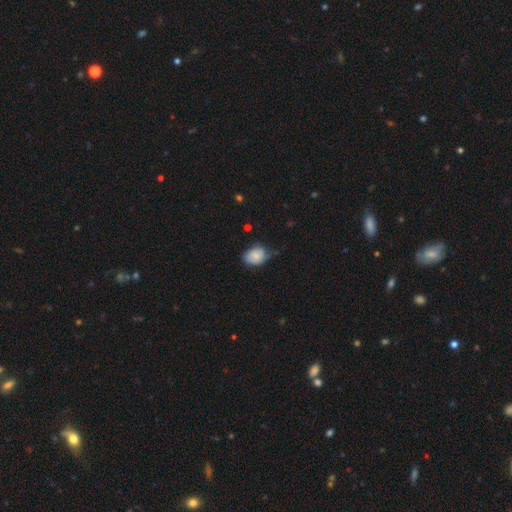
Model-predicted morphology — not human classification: smooth 69%, featured or disk 23%, star or artifact 8%. Down the decision tree: how rounded — in between (65%); merging — none (43%).